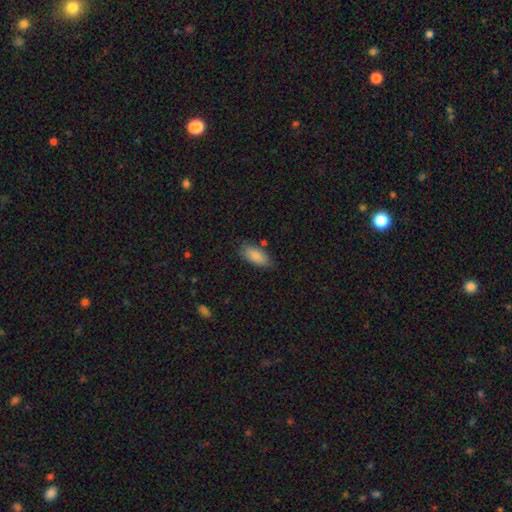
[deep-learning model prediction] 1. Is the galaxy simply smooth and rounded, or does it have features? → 87% smooth, 7% star or artifact, 7% featured or disk.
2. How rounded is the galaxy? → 88% in between, 10% cigar-shaped, 2% round.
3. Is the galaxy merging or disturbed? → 77% none, 17% minor disturbance, 3% major disturbance, 3% merger.